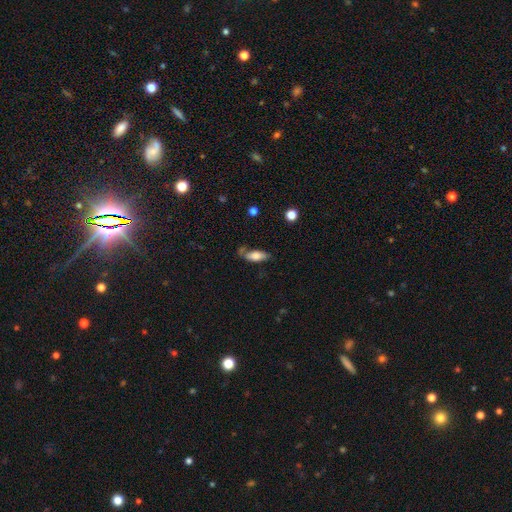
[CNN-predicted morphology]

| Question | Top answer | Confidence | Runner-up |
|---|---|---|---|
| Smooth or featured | smooth | 69% | featured or disk (24%) |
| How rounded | in between | 75% | cigar-shaped (23%) |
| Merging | none | 54% | minor disturbance (26%) |